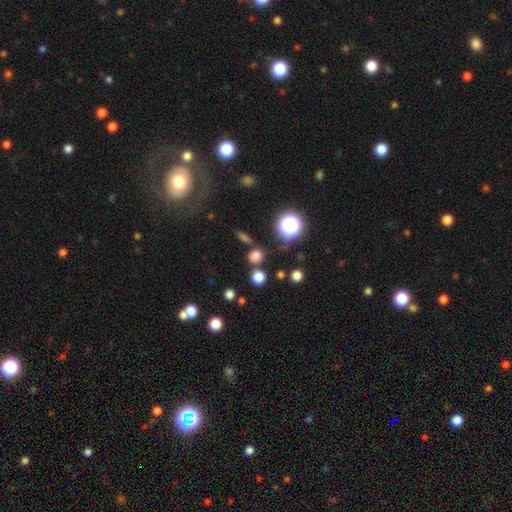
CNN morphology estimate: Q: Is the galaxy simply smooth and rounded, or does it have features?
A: smooth — 72%.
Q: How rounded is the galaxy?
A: round — 83%.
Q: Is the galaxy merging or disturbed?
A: none — 75%.